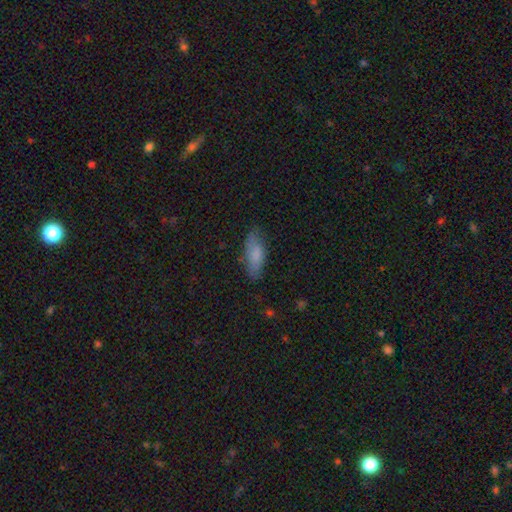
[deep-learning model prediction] This appears to be a smooth galaxy with no disk features (80%) that is in between round and cigar-shaped (73%). Merging: none (73%).